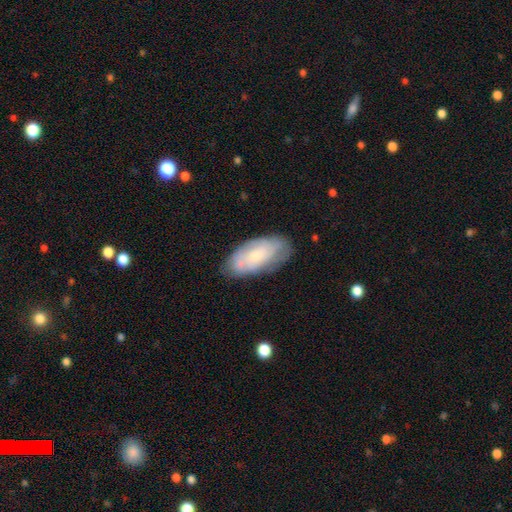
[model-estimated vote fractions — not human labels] Q: Smooth or featured?
A: smooth (48%); runner-up: featured or disk (45%)
Q: Merging?
A: none (72%); runner-up: minor disturbance (21%)